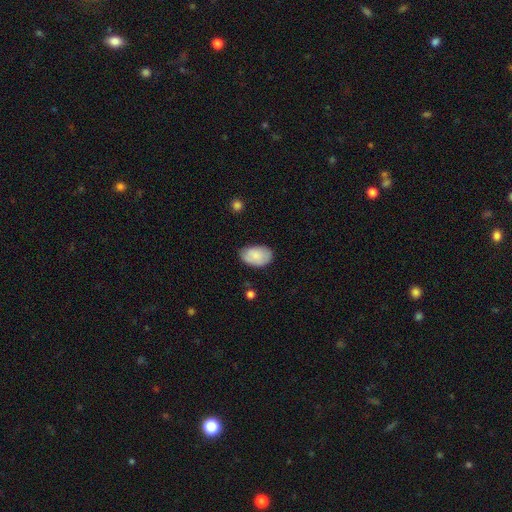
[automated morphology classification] smooth-or-featured: smooth: 82% | featured or disk: 11% | star or artifact: 6%
  how-rounded: in between: 91% | round: 8% | cigar-shaped: 1%
  merging: none: 73% | minor disturbance: 22% | major disturbance: 4% | merger: 1%